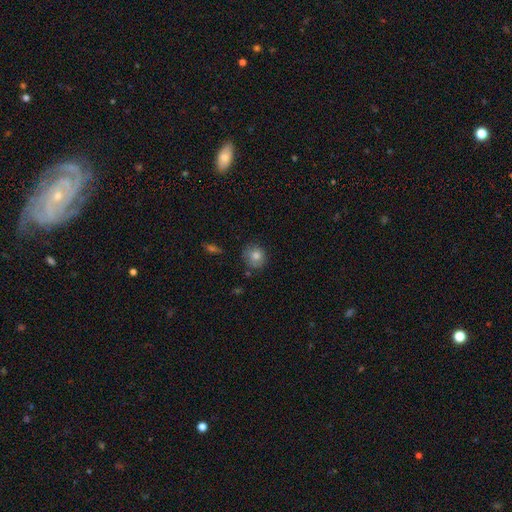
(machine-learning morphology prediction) Q: Smooth or featured?
A: smooth (80%); runner-up: featured or disk (10%)
Q: How rounded?
A: round (88%); runner-up: in between (11%)
Q: Merging?
A: none (77%); runner-up: minor disturbance (17%)